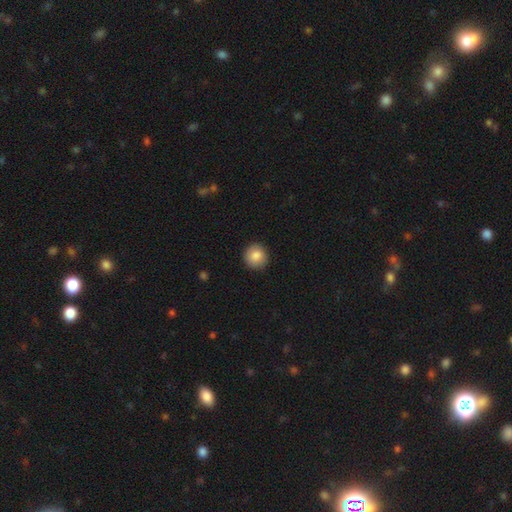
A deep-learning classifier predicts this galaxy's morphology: type=smooth (86%); roundness=round (92%); merging=none (90%).